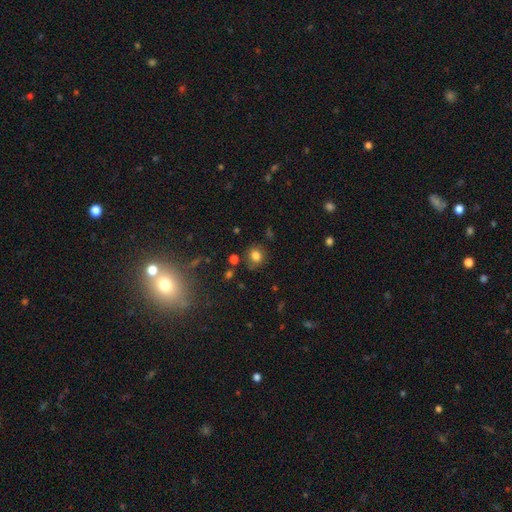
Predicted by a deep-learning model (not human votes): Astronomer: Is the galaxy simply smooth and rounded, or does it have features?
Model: smooth — 80%.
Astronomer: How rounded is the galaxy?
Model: round — 73%.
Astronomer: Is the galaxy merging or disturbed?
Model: none — 79%.